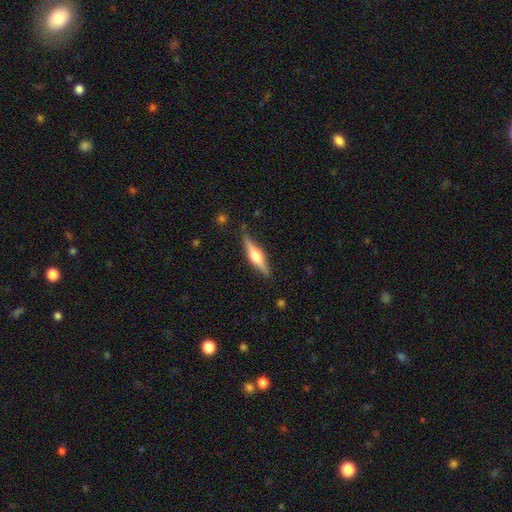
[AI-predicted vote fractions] Q: Smooth or featured?
A: featured or disk (65%); runner-up: smooth (30%)
Q: Edge-on disk?
A: yes (97%); runner-up: no (3%)
Q: Edge-on bulge?
A: rounded (92%); runner-up: boxy (5%)
Q: Merging?
A: none (87%); runner-up: minor disturbance (10%)